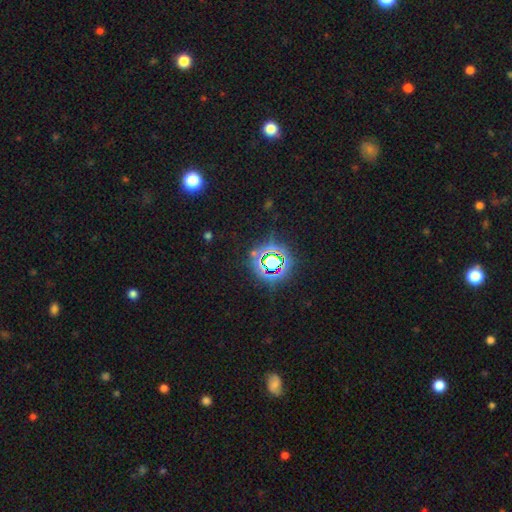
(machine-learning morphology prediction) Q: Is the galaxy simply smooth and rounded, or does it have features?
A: star or artifact — 76%.